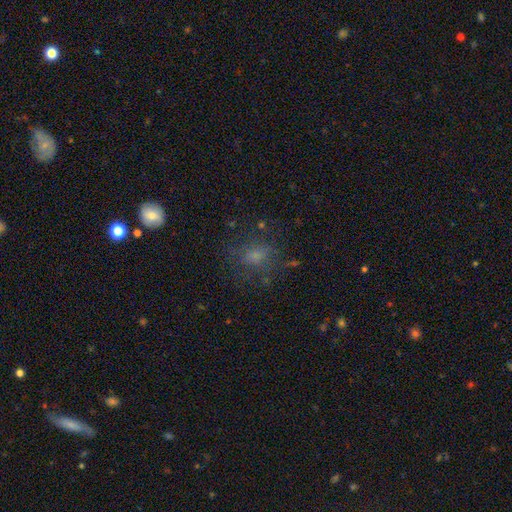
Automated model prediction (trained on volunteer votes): Smooth or featured?
  - smooth: 60% *
  - star or artifact: 21%
  - featured or disk: 19%
How rounded?
  - round: 57% *
  - in between: 42%
  - cigar-shaped: 2%
Merging?
  - none: 66% *
  - minor disturbance: 17%
  - major disturbance: 15%
  - merger: 2%